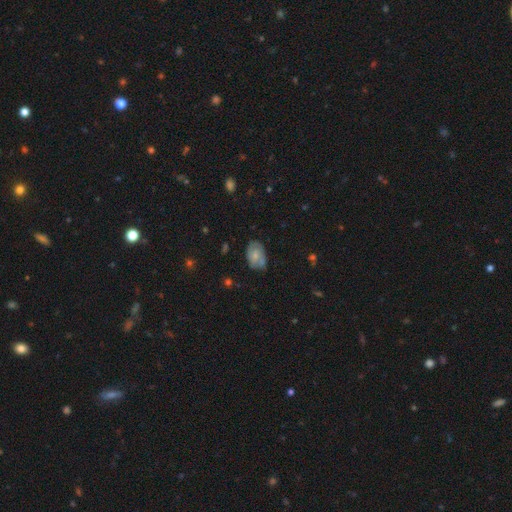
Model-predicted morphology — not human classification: This appears to be a smooth galaxy with no disk features (56%) that is in between round and cigar-shaped (87%). Merging: none (63%).